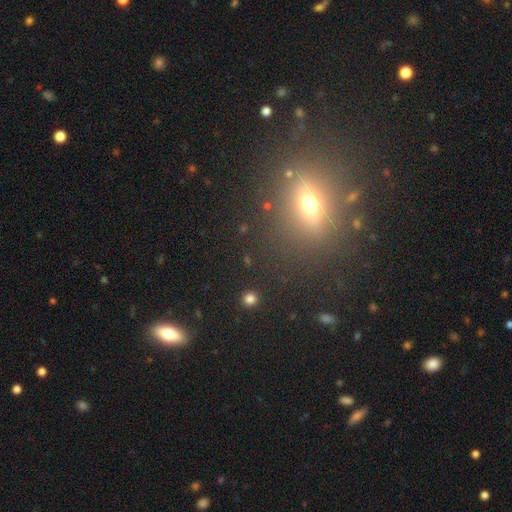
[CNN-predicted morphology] Smooth or featured: smooth — 46% (star or artifact — 31%)
Merging: none — 85% (minor disturbance — 8%)